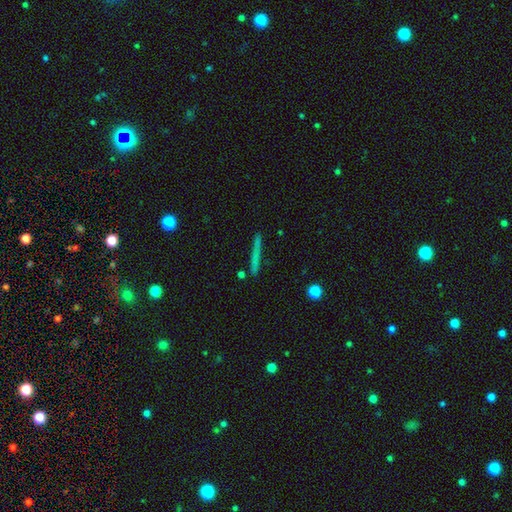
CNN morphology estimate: A smooth galaxy with no disk features (57%) that is cigar-shaped (94%). Merging: none (89%).